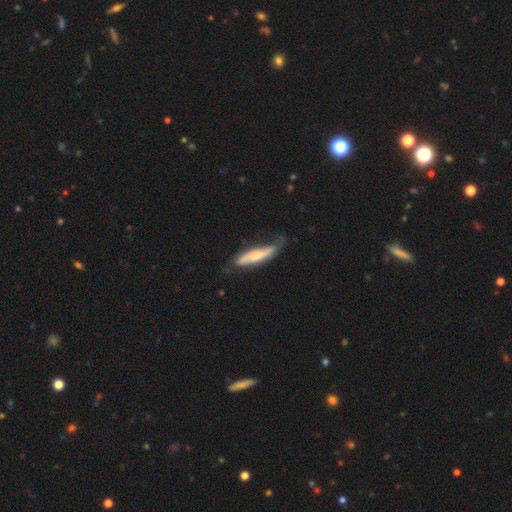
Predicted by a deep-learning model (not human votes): Smooth or featured: smooth — 50% (featured or disk — 45%)
Merging: none — 46% (minor disturbance — 37%)